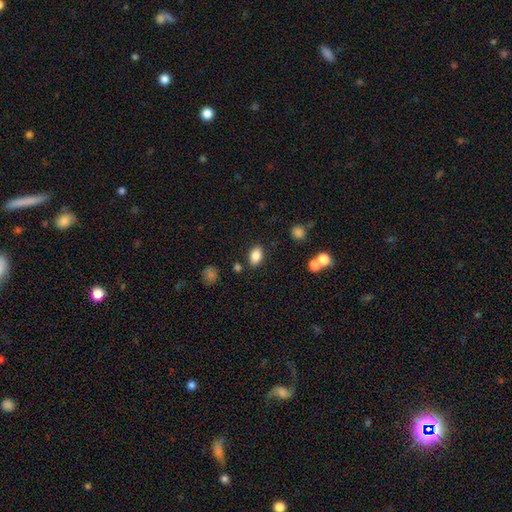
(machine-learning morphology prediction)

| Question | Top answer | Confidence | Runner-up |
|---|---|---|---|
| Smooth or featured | smooth | 84% | star or artifact (9%) |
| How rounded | in between | 89% | round (9%) |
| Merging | none | 82% | minor disturbance (10%) |